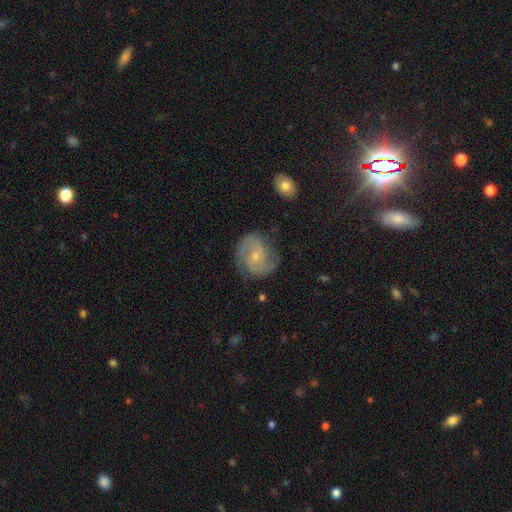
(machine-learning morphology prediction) A featured or disk galaxy (83%) with no bar (58%), 2 (83%) medium (51%) spiral arms (96%) and a small central bulge (73%).

Vote fractions:
- Smooth or featured? featured or disk: 83% / smooth: 10% / star or artifact: 6%
- Edge-on disk? no: 98% / yes: 2%
- Bar? no: 58% / weak: 34% / strong: 7%
- Spiral arms? yes: 96% / no: 4%
- Spiral winding? medium: 51% / tight: 32% / loose: 17%
- Spiral arm count? 2: 83% / can't tell: 6% / 3: 5% / 1: 2% / 4: 2% / more than 4: 2%
- Bulge size? small: 73% / moderate: 22% / none: 3% / large: 1% / dominant: 1%
- Merging? none: 77% / minor disturbance: 16% / major disturbance: 6% / merger: 1%